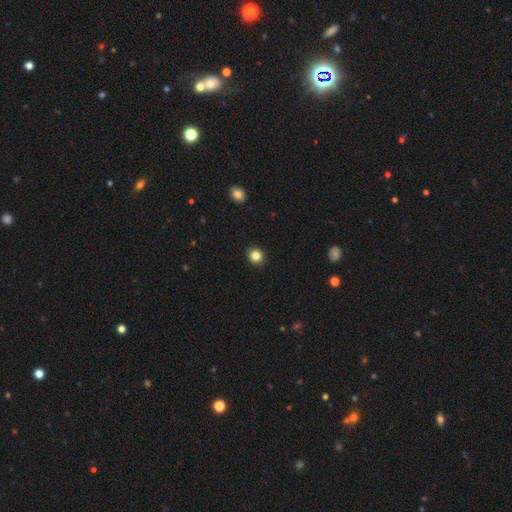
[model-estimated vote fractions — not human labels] Smooth or featured?
  - smooth: 84% *
  - star or artifact: 11%
  - featured or disk: 5%
How rounded?
  - round: 83% *
  - in between: 16%
  - cigar-shaped: 1%
Merging?
  - none: 92% *
  - minor disturbance: 5%
  - major disturbance: 2%
  - merger: 1%